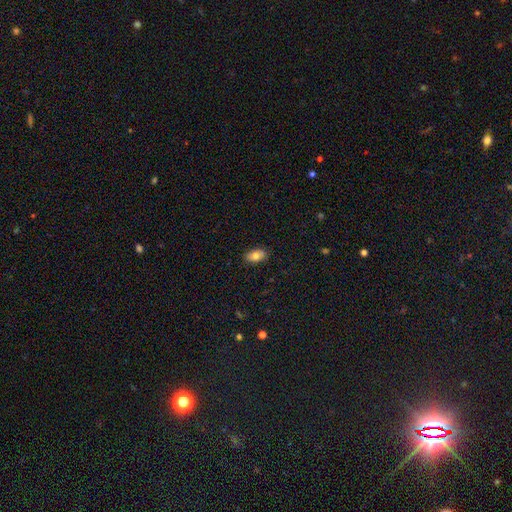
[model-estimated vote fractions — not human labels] Smooth or featured?
  - smooth: 76% *
  - featured or disk: 16%
  - star or artifact: 8%
How rounded?
  - in between: 91% *
  - round: 6%
  - cigar-shaped: 3%
Merging?
  - none: 86% *
  - minor disturbance: 11%
  - major disturbance: 2%
  - merger: 1%